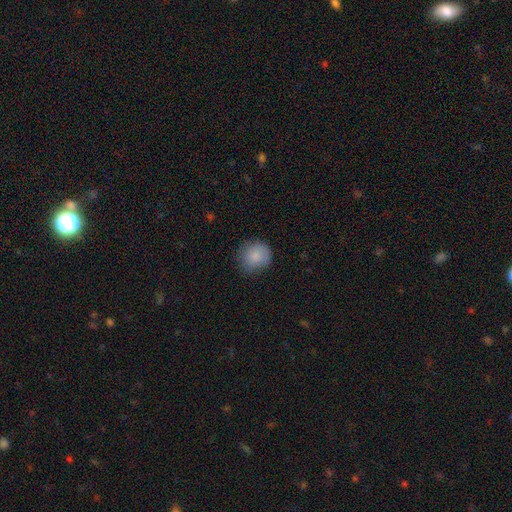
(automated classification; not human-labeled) Smooth or featured? smooth (84%)
How rounded? round (88%)
Merging? none (73%)